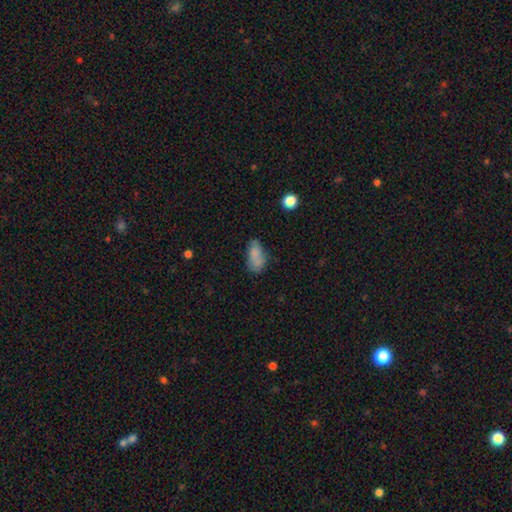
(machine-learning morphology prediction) A smooth galaxy with no disk features (77%) that is in between round and cigar-shaped (90%).

Vote fractions:
- Smooth or featured? smooth: 77% / featured or disk: 13% / star or artifact: 10%
- How rounded? in between: 90% / cigar-shaped: 5% / round: 5%
- Merging? none: 55% / minor disturbance: 30% / major disturbance: 11% / merger: 5%